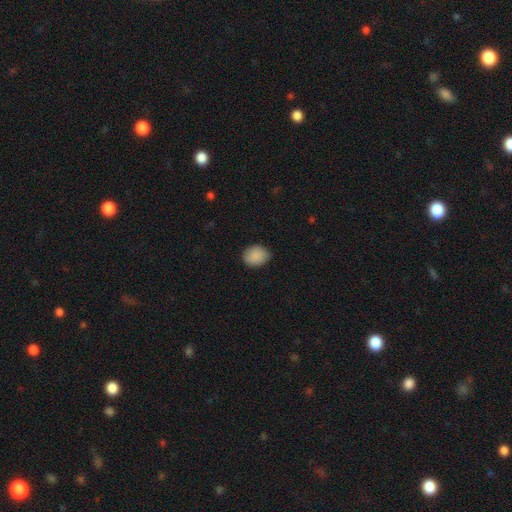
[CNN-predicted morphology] A smooth galaxy with no disk features (89%) that is round (53%). Merging: none (81%).